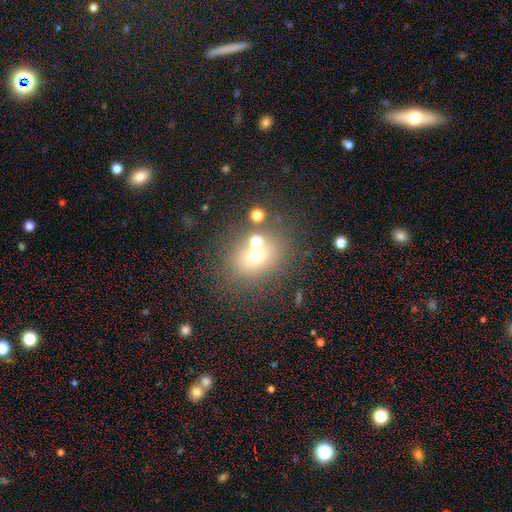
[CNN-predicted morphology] Overall: smooth (63%). How rounded: round (61%; in between 38%). Merging: none (61%; merger 23%).